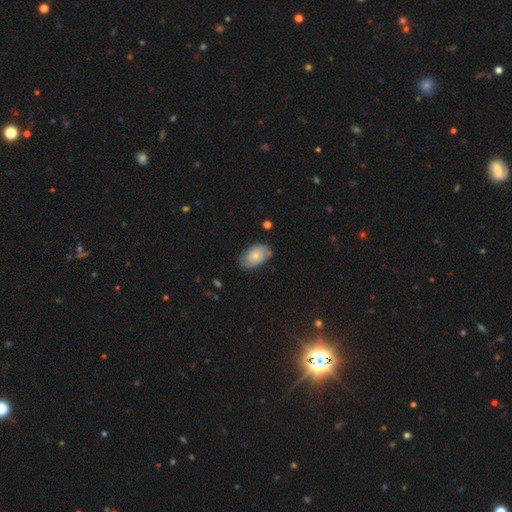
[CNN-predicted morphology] The model was most divided on "smooth or featured": smooth: 51%, featured or disk: 42%, star or artifact: 7%. More confident: how rounded — in between (90%); merging — none (71%).